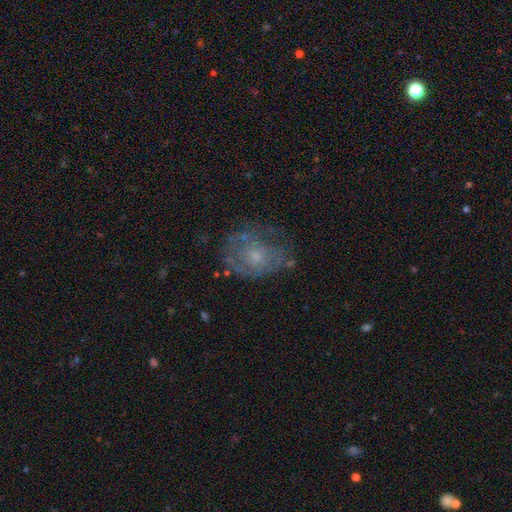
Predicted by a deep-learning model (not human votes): A featured or disk galaxy (54%) with no bar (85%), no spiral arms (53%) and a small central bulge (49%). Merging: none (56%).